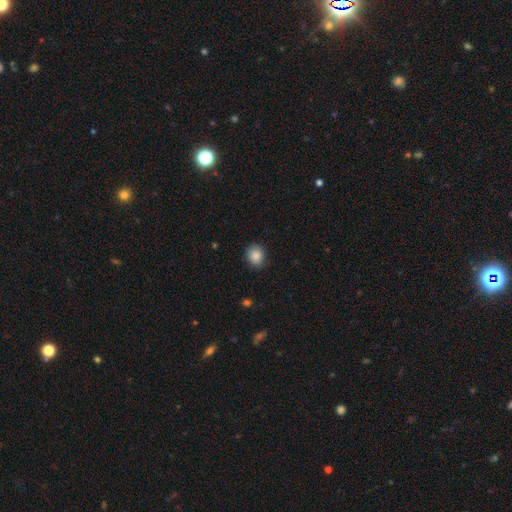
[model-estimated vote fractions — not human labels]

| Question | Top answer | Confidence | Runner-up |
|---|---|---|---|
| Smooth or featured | smooth | 87% | star or artifact (9%) |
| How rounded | round | 68% | in between (31%) |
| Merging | none | 84% | minor disturbance (12%) |